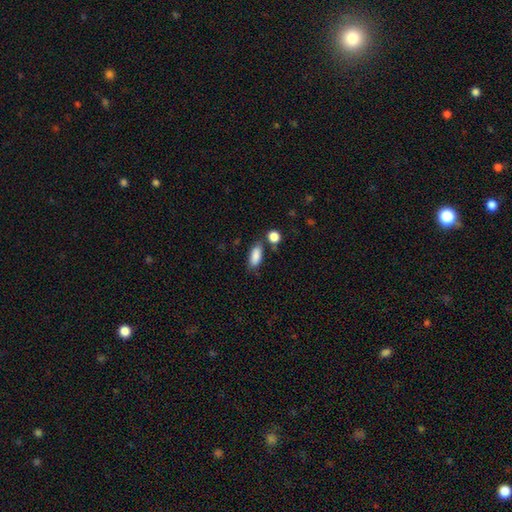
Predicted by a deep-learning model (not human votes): smooth_or_featured: smooth (p=0.87) [alt: star or artifact p=0.07]
how_rounded: in between (p=0.83) [alt: cigar-shaped p=0.13]
merging: none (p=0.69) [alt: minor disturbance p=0.15]